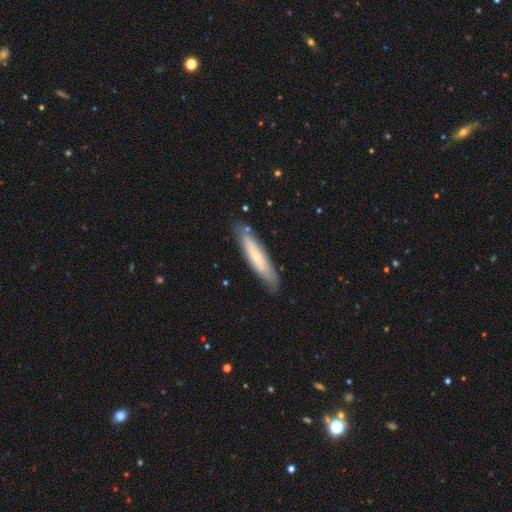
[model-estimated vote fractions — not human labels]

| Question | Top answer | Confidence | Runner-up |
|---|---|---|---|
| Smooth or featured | smooth | 52% | featured or disk (41%) |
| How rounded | cigar-shaped | 85% | in between (14%) |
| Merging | none | 81% | minor disturbance (15%) |